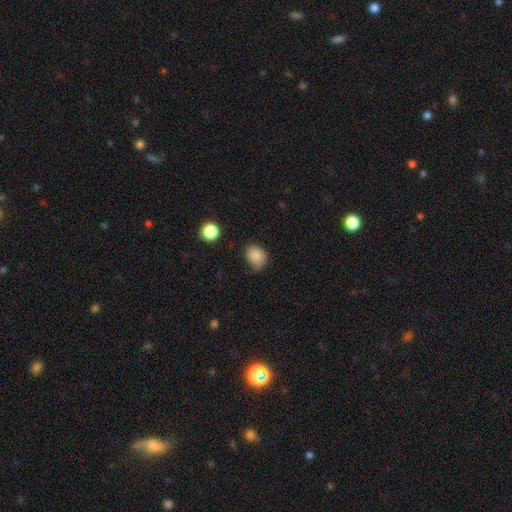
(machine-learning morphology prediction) type=smooth (85%); roundness=round (52%); merging=none (63%).